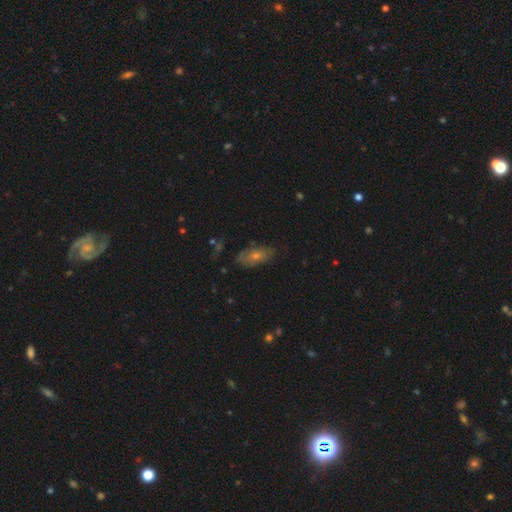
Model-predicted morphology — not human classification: This is marginally a smooth galaxy (43%). Merging: likely none (74%).